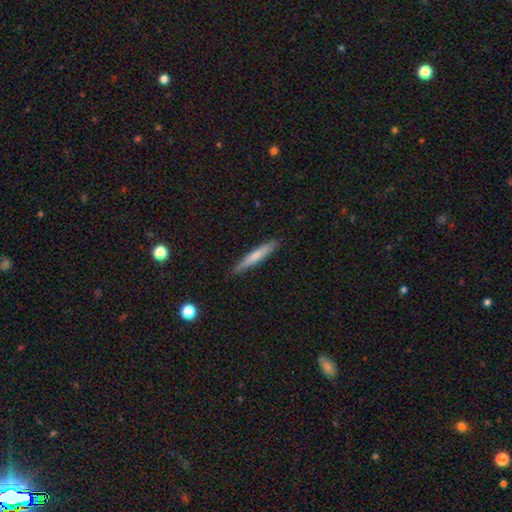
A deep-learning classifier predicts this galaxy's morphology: smooth-or-featured: smooth: 65% | featured or disk: 29% | star or artifact: 6%
  how-rounded: cigar-shaped: 94% | in between: 5% | round: 1%
  merging: none: 88% | minor disturbance: 9% | major disturbance: 2% | merger: 1%